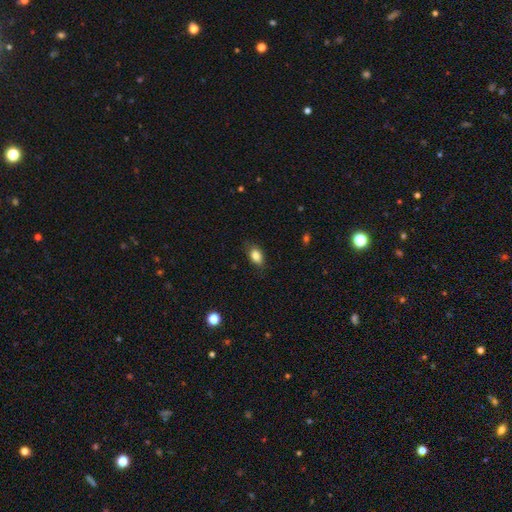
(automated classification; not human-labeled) Overall: smooth (85%). How rounded: in between (87%). Merging: none (78%).